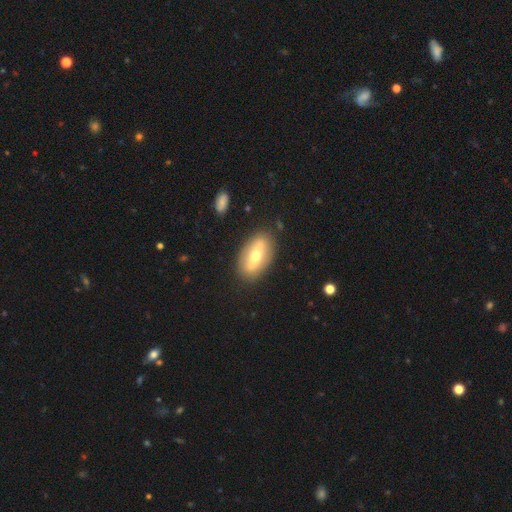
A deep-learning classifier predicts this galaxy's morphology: Overall: smooth (48%; featured or disk 45%). Merging: none (85%).